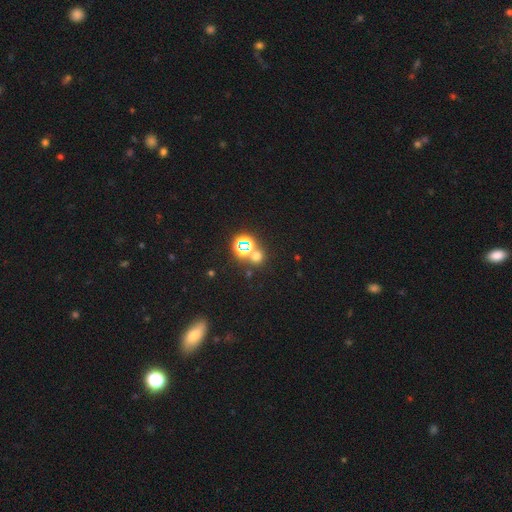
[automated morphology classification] Smooth or featured?
  - smooth: 49% *
  - star or artifact: 43%
  - featured or disk: 8%
Merging?
  - none: 68% *
  - merger: 21%
  - minor disturbance: 7%
  - major disturbance: 4%